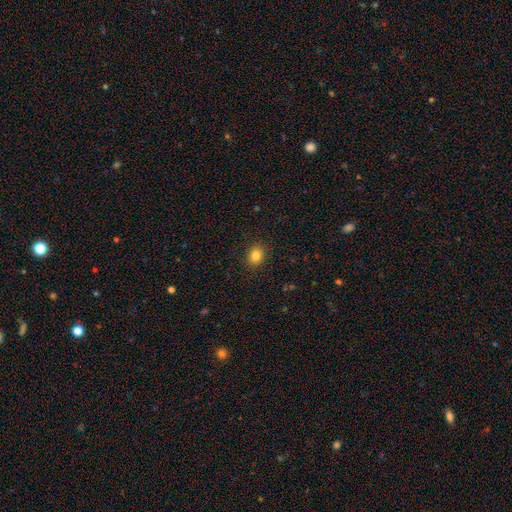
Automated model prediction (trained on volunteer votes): Smooth or featured? Predicted: smooth (p=0.83). How rounded? Predicted: round (p=0.51). Merging? Predicted: none (p=0.89).